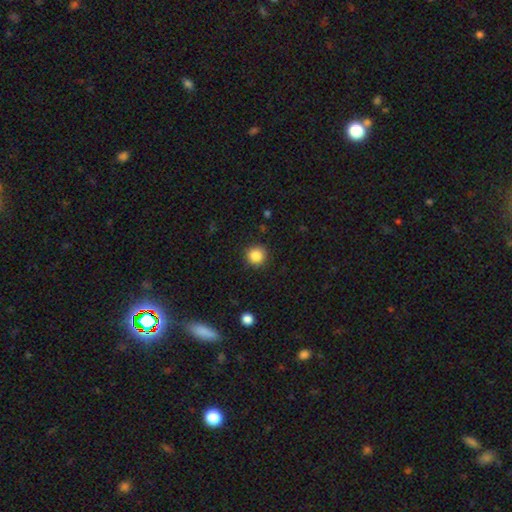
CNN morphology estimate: Smooth or featured?
  - smooth: 86% *
  - star or artifact: 10%
  - featured or disk: 4%
How rounded?
  - round: 93% *
  - in between: 6%
  - cigar-shaped: 1%
Merging?
  - none: 89% *
  - minor disturbance: 8%
  - major disturbance: 2%
  - merger: 1%